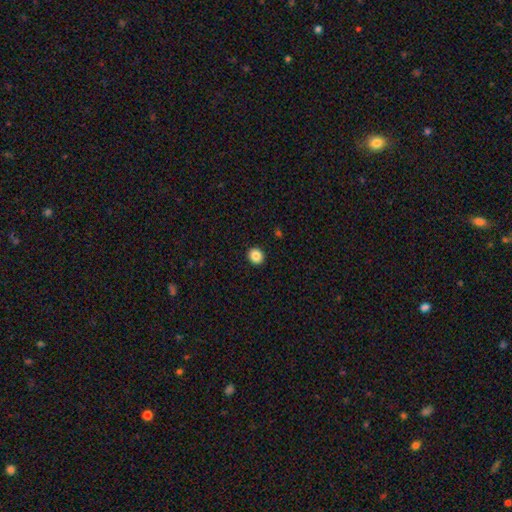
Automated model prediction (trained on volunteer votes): smooth-or-featured: smooth: 86% | star or artifact: 9% | featured or disk: 4%
  how-rounded: round: 83% | in between: 16% | cigar-shaped: 1%
  merging: none: 93% | minor disturbance: 5% | major disturbance: 2% | merger: 1%